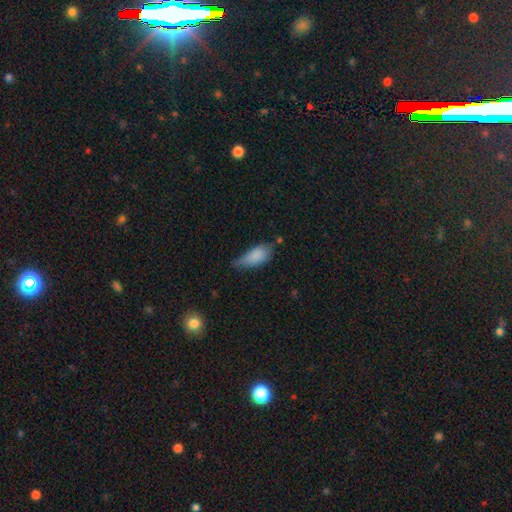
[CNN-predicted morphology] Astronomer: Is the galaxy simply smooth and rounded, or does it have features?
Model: smooth — 82%.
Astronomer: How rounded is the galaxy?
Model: in between — 83%.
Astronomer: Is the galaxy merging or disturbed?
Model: minor disturbance — 46% (runner-up: none, 34%).